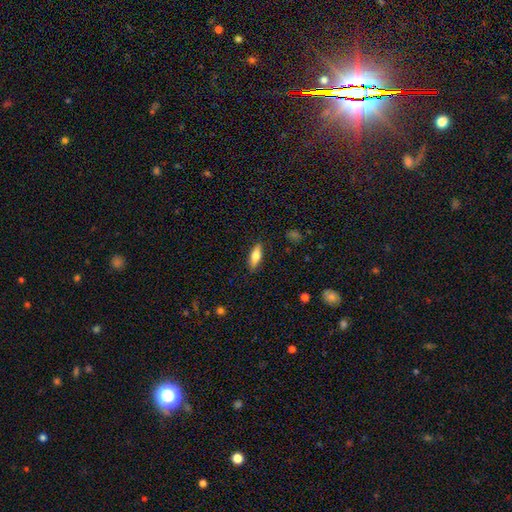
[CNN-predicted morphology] The model was most divided on "how rounded": in between: 63%, cigar-shaped: 35%, round: 2%. More confident: merging — none (86%); smooth or featured — smooth (72%).